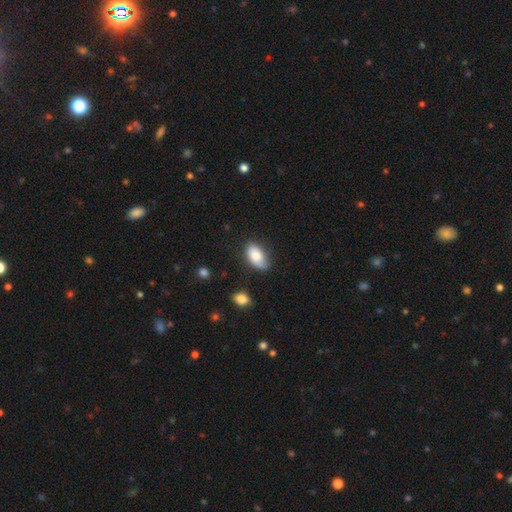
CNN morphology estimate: Smooth or featured: smooth — 79% (featured or disk — 14%)
How rounded: in between — 93% (round — 4%)
Merging: none — 63% (minor disturbance — 28%)